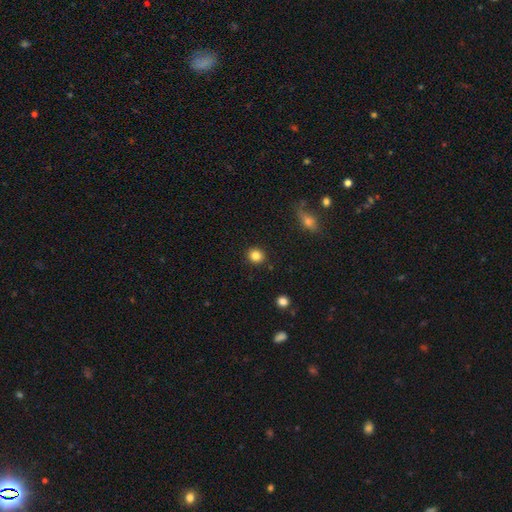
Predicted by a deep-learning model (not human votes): Morphology: type=smooth (84%); roundness=round (85%); merging=none (90%).